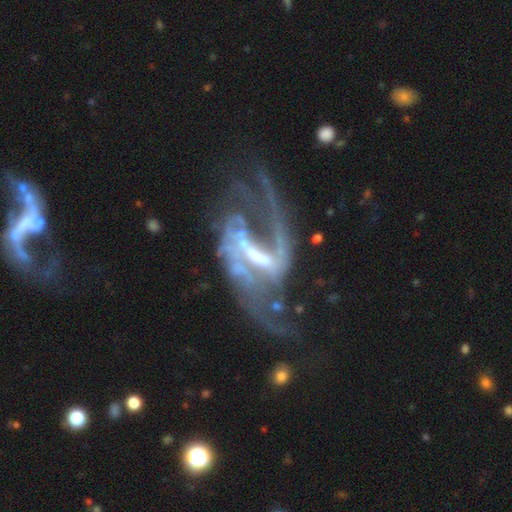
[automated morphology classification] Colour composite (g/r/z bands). It shows a featured or disk galaxy (86%) with a strong bar (52%), 2 (66%) loose (67%) spiral arms (85%) and a moderate central bulge (39%). Merging: major disturbance (46%).